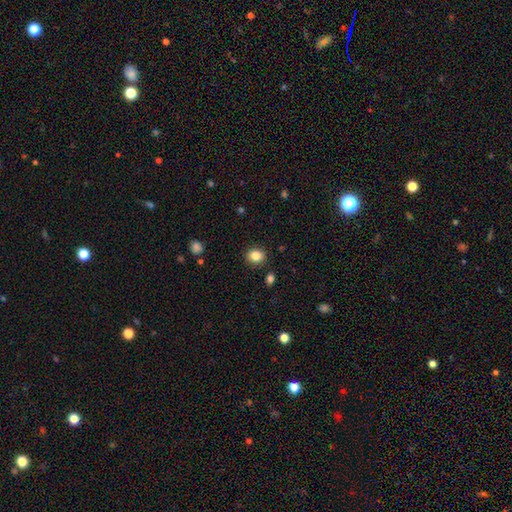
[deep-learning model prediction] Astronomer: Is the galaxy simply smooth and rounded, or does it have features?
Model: smooth — 84%.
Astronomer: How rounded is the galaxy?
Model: round — 63%.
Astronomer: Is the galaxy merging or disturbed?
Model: none — 88%.